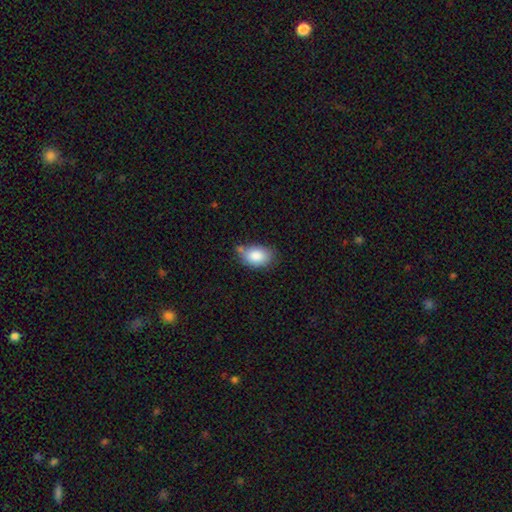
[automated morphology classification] smooth 84%, featured or disk 8%, star or artifact 8%. Down the decision tree: how rounded — in between (86%); merging — none (51%).